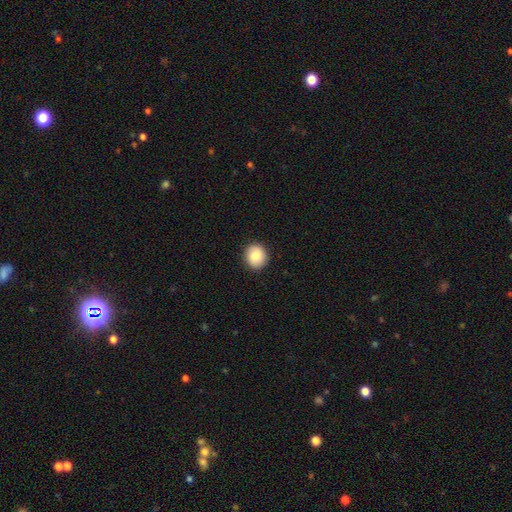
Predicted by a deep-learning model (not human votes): A smooth galaxy with no disk features (83%) that is round (85%).

Vote fractions:
- Smooth or featured? smooth: 83% / featured or disk: 10% / star or artifact: 8%
- How rounded? round: 85% / in between: 15% / cigar-shaped: 1%
- Merging? none: 91% / minor disturbance: 6% / major disturbance: 2% / merger: 1%